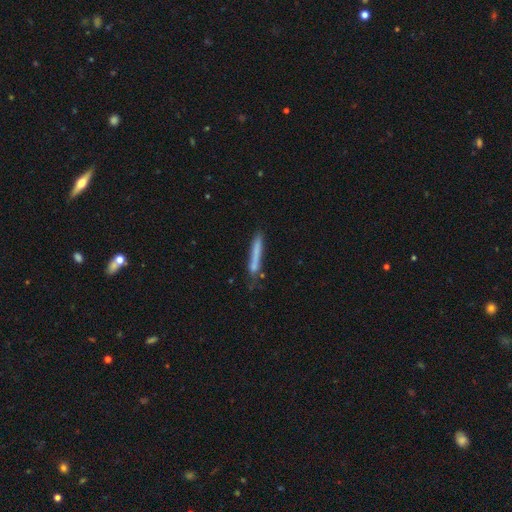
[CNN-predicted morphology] type=smooth (66%); roundness=cigar-shaped (96%); merging=none (70%).